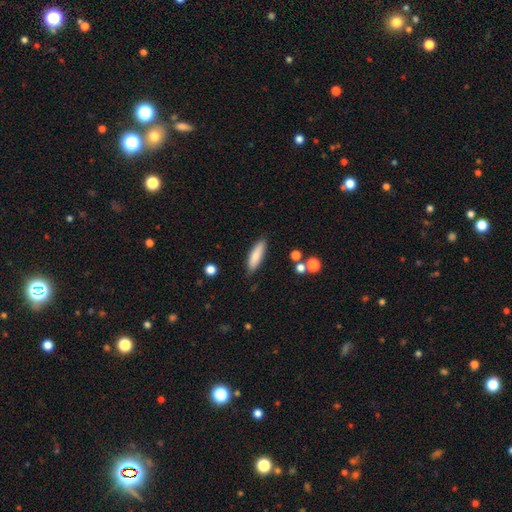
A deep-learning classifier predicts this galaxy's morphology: smooth-or-featured: smooth: 82% | featured or disk: 12% | star or artifact: 6%
  how-rounded: cigar-shaped: 60% | in between: 39% | round: 2%
  merging: none: 84% | minor disturbance: 12% | major disturbance: 2% | merger: 2%